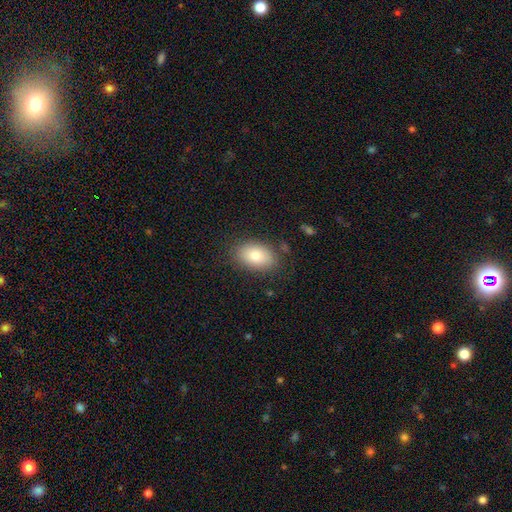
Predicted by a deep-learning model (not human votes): Overall: smooth (78%). How rounded: in between (87%). Merging: none (83%).